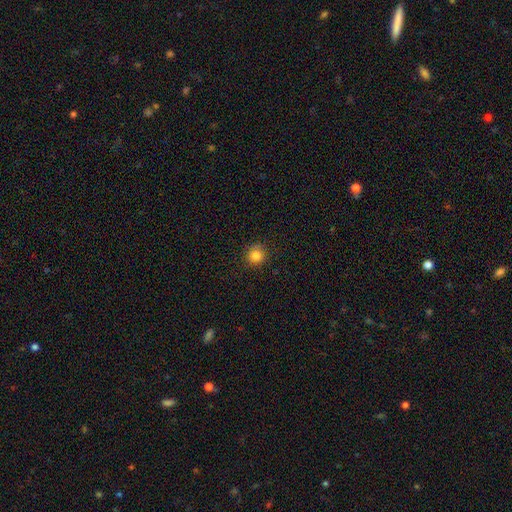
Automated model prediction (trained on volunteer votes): A smooth galaxy with no disk features (84%) that is round (92%). Merging: none (87%).